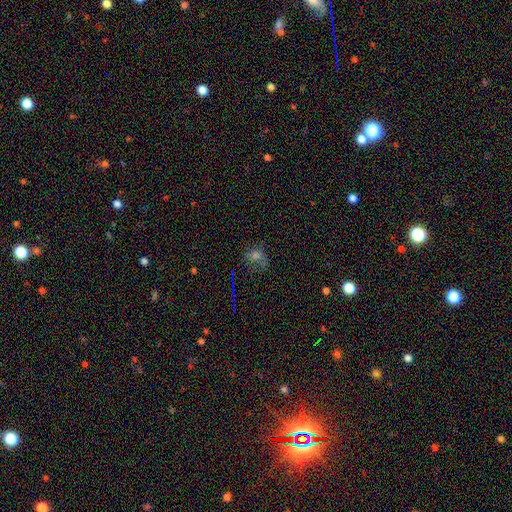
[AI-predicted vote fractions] This is possibly a smooth galaxy (49%). Merging: possibly none (56%).